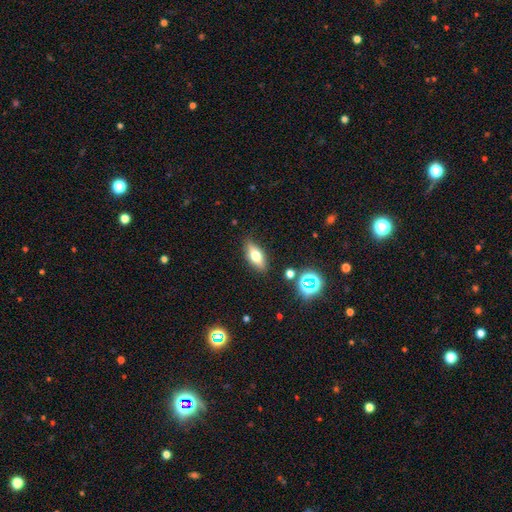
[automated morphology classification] Overall: smooth (54%; featured or disk 35%). How rounded: in between (71%). Merging: none (84%).